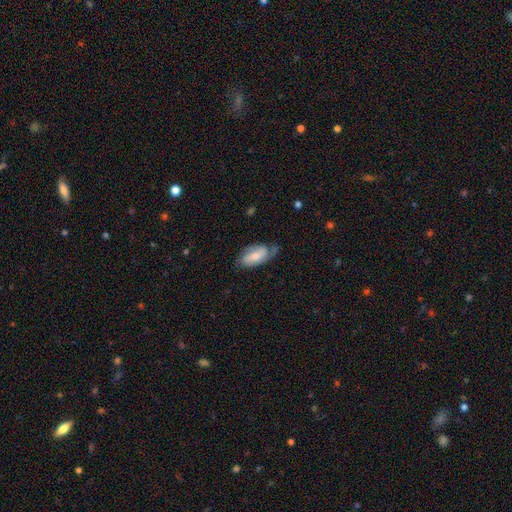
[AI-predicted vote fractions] This is possibly a featured or disk galaxy (48%). Merging: possibly none (57%).